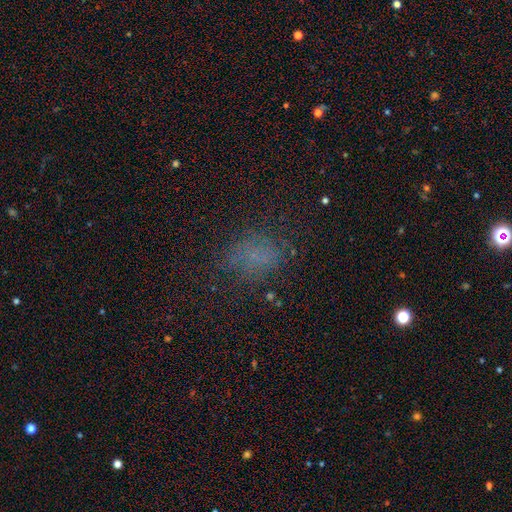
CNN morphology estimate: Smooth or featured? smooth (60%)
How rounded? in between (62%)
Merging? none (65%)